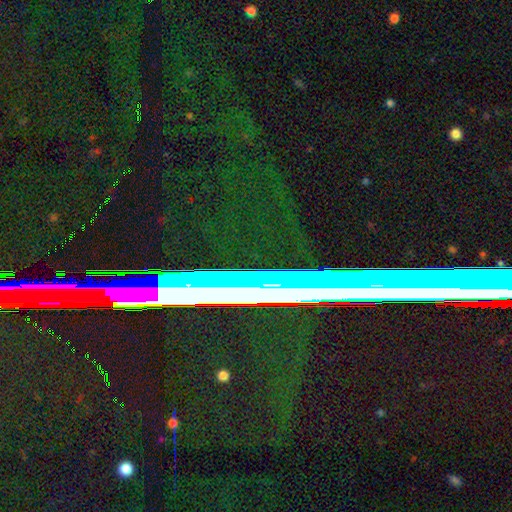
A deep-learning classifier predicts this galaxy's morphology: smooth-or-featured: star or artifact: 54% | featured or disk: 33% | smooth: 13%